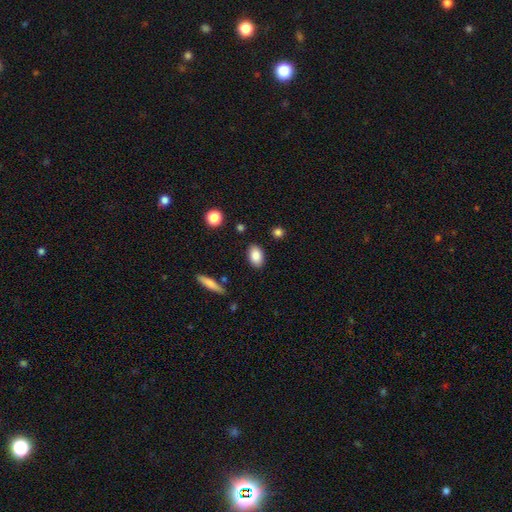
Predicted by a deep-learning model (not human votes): smooth 86%, star or artifact 8%, featured or disk 7%. Down the decision tree: how rounded — in between (89%); merging — none (86%).